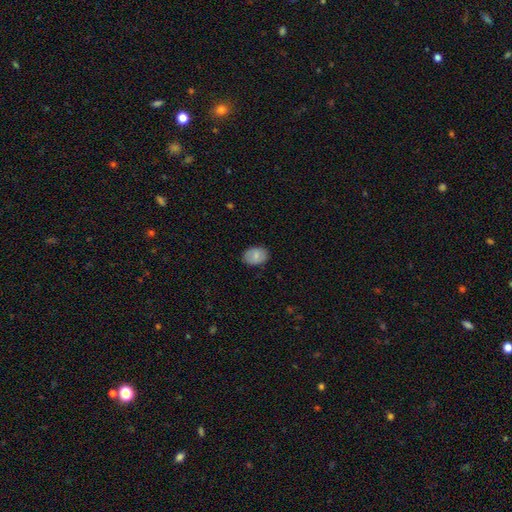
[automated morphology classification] This is likely a smooth galaxy (79%). How rounded: likely in between (75%). Merging: clearly none (85%).